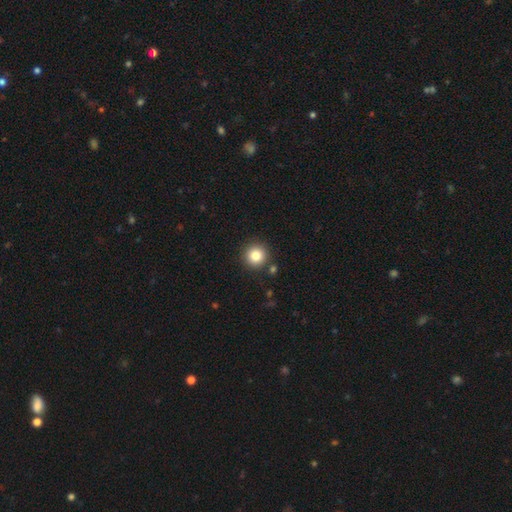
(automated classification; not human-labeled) smooth_or_featured: smooth (p=0.83) [alt: star or artifact p=0.11]
how_rounded: round (p=0.95) [alt: in between p=0.04]
merging: none (p=0.88) [alt: minor disturbance p=0.06]